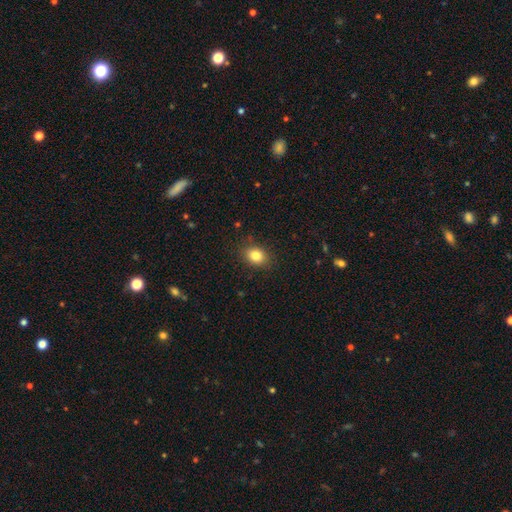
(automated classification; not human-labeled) Morphology: type=smooth (83%); roundness=in between (57%); merging=none (87%).